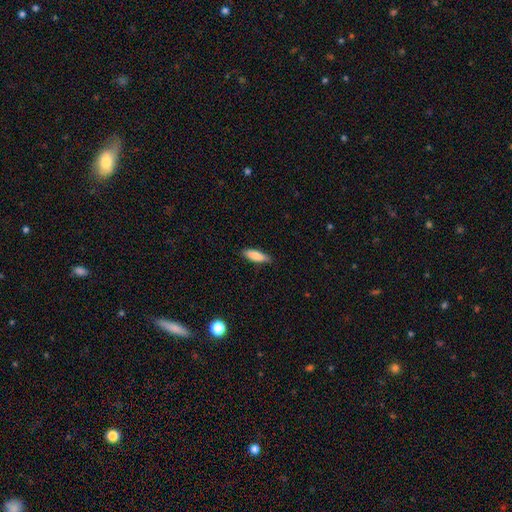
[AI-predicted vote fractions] This appears to be a smooth galaxy with no disk features (82%) that is cigar-shaped (51%). Merging: none (85%).